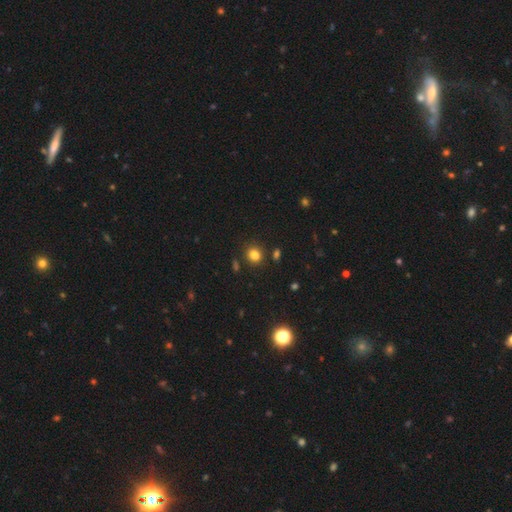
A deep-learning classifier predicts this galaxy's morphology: Smooth or featured? Predicted: smooth (p=0.80). How rounded? Predicted: round (p=0.69). Merging? Predicted: none (p=0.84).